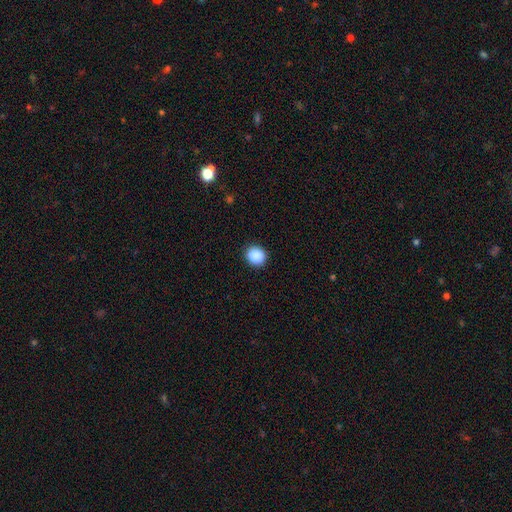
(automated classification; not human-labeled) smooth-or-featured: smooth: 89% | star or artifact: 8% | featured or disk: 3%
  how-rounded: round: 81% | in between: 18% | cigar-shaped: 1%
  merging: none: 91% | minor disturbance: 6% | major disturbance: 2% | merger: 1%